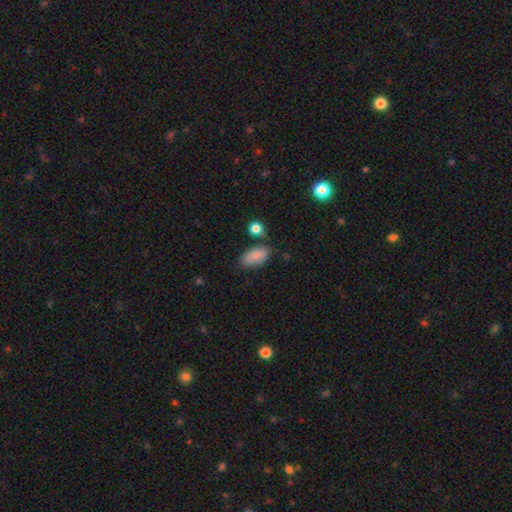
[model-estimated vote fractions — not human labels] Smooth or featured?
  - smooth: 84% *
  - featured or disk: 9%
  - star or artifact: 7%
How rounded?
  - in between: 93% *
  - round: 4%
  - cigar-shaped: 3%
Merging?
  - none: 70% *
  - minor disturbance: 18%
  - merger: 8%
  - major disturbance: 4%